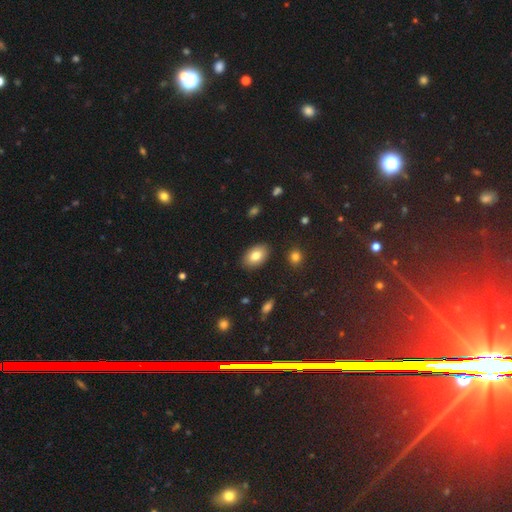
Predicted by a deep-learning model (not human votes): A smooth galaxy with no disk features (80%) that is in between round and cigar-shaped (89%). Merging: none (88%).